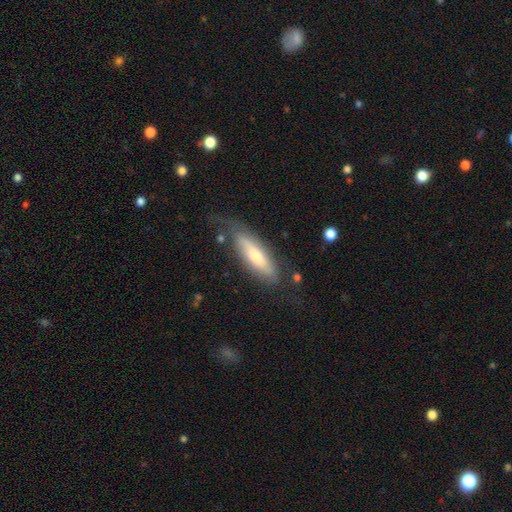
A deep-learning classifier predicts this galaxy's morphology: Smooth or featured?
  - smooth: 48% *
  - featured or disk: 43%
  - star or artifact: 9%
Merging?
  - none: 65% *
  - minor disturbance: 23%
  - major disturbance: 10%
  - merger: 2%